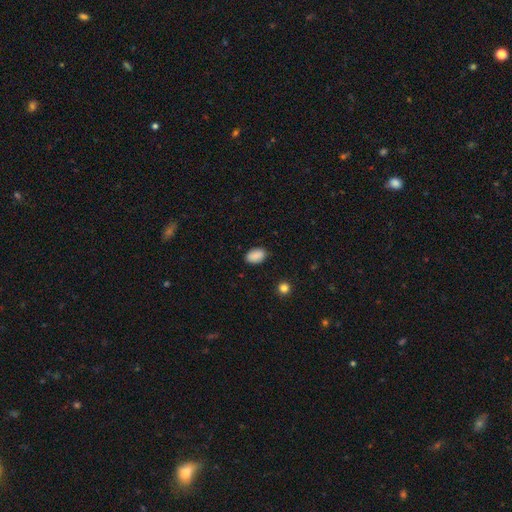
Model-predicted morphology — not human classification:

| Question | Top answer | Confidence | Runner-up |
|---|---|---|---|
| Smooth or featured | smooth | 89% | star or artifact (8%) |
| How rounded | in between | 90% | round (9%) |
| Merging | none | 85% | minor disturbance (11%) |